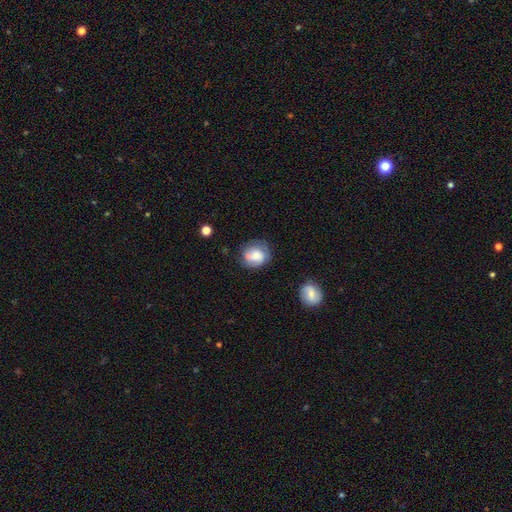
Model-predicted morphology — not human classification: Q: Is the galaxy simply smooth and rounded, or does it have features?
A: smooth — 59%.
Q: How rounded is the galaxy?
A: round — 76%.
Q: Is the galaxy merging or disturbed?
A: none — 58%.